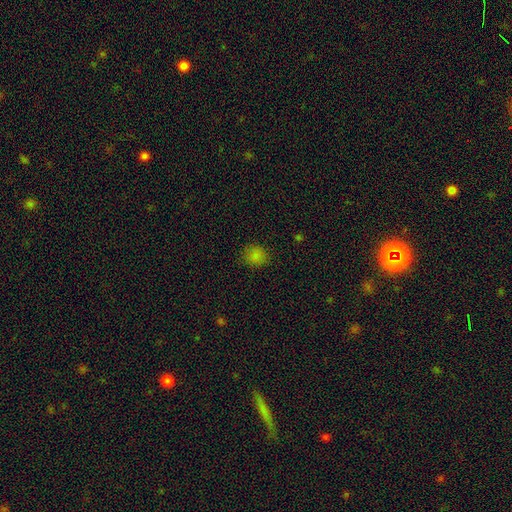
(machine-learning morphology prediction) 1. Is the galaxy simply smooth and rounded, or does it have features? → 81% smooth, 15% star or artifact, 4% featured or disk.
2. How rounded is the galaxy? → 80% round, 19% in between, 1% cigar-shaped.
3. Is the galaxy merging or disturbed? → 85% none, 11% minor disturbance, 3% major disturbance, 1% merger.